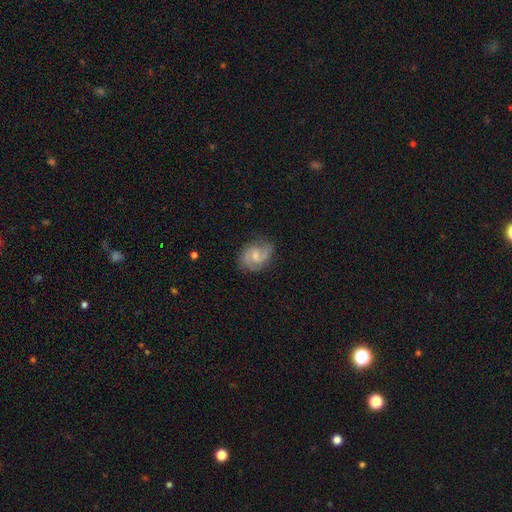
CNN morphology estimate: Smooth or featured? featured or disk (71%)
Edge-on disk? no (97%)
Bar? weak (49%)
Spiral arms? yes (93%)
Spiral winding? medium (50%)
Spiral arm count? 2 (82%)
Bulge size? small (50%)
Merging? none (70%)